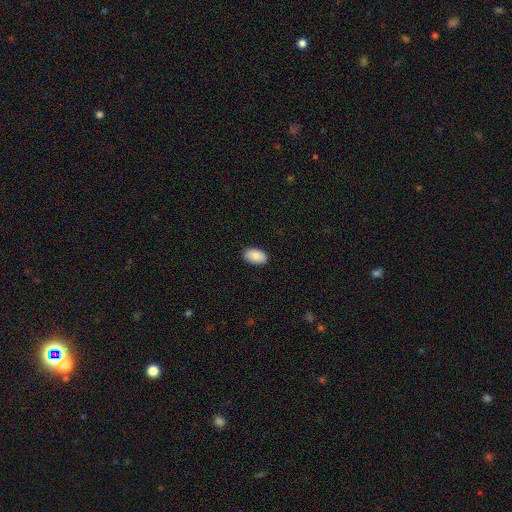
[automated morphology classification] This is clearly a smooth galaxy (90%). How rounded: clearly in between (94%). Merging: clearly none (89%).